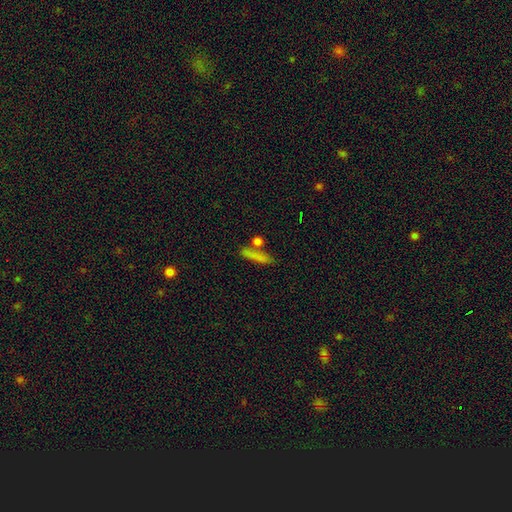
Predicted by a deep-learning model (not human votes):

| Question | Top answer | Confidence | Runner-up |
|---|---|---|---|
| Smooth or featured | smooth | 75% | featured or disk (15%) |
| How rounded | cigar-shaped | 82% | in between (13%) |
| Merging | none | 70% | merger (15%) |